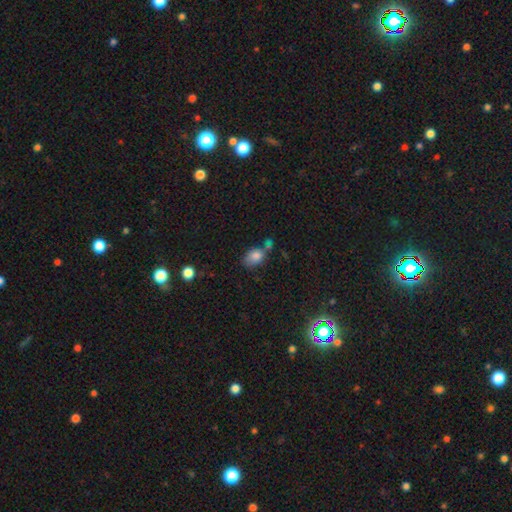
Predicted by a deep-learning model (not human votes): Overall: smooth (81%). How rounded: in between (77%). Merging: none (42%; merger 27%).